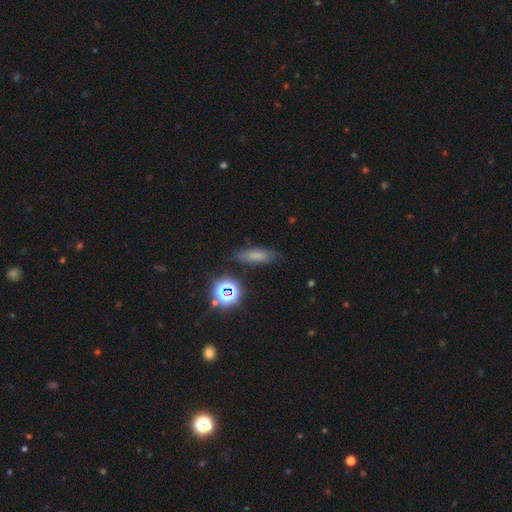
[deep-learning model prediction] Overall: smooth (68%). How rounded: in between (54%; cigar-shaped 39%). Merging: none (78%).